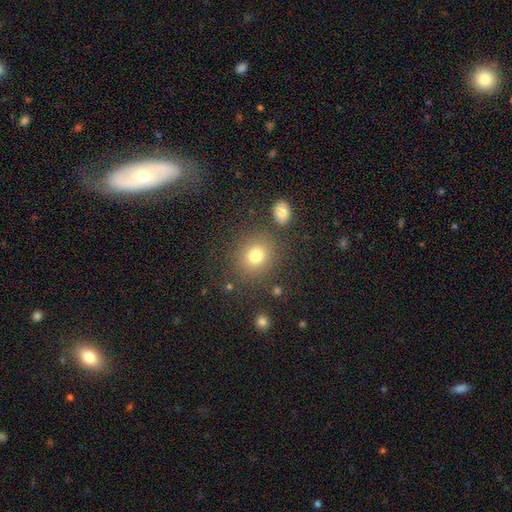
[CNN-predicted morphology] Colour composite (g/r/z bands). It shows a smooth galaxy with no disk features (77%) that is round (81%). Merging: none (82%).